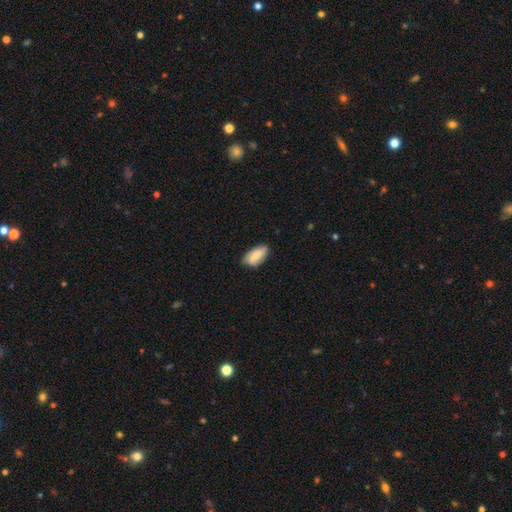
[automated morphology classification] A smooth galaxy with no disk features (67%) that is in between round and cigar-shaped (89%).

Vote fractions:
- Smooth or featured? smooth: 67% / featured or disk: 26% / star or artifact: 7%
- How rounded? in between: 89% / cigar-shaped: 9% / round: 3%
- Merging? none: 72% / minor disturbance: 23% / major disturbance: 4% / merger: 1%